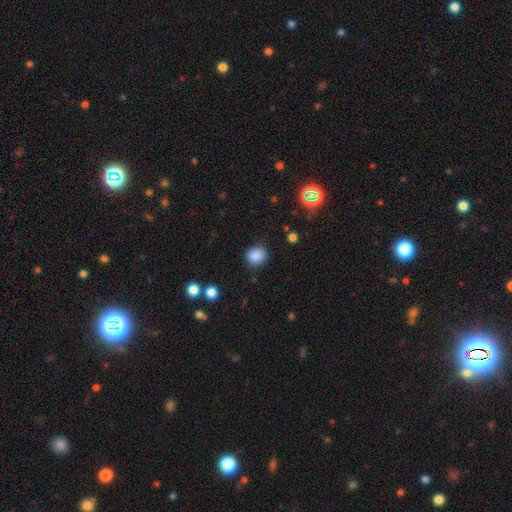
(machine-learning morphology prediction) This appears to be a smooth galaxy with no disk features (86%) that is round (79%). Merging: none (85%).